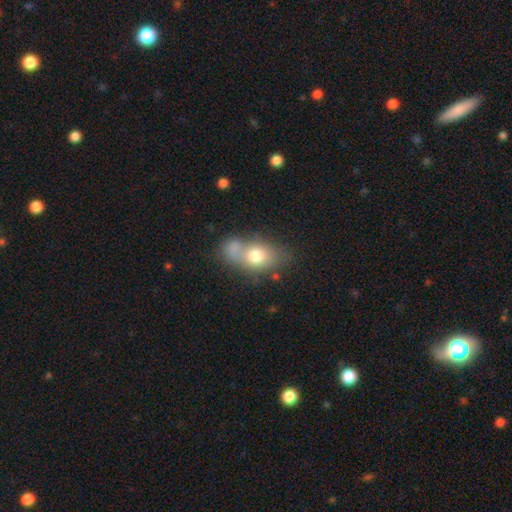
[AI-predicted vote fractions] Smooth or featured? Predicted: smooth (p=0.72). How rounded? Predicted: in between (p=0.73). Merging? Predicted: merger (p=0.41).